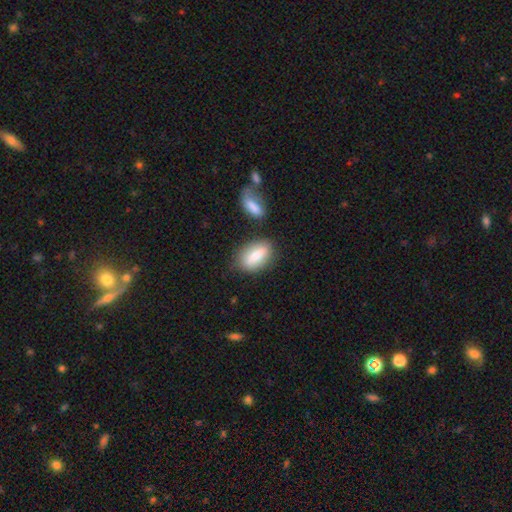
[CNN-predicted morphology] smooth-or-featured: smooth: 75% | featured or disk: 18% | star or artifact: 7%
  how-rounded: in between: 83% | cigar-shaped: 11% | round: 6%
  merging: none: 73% | minor disturbance: 14% | merger: 9% | major disturbance: 4%